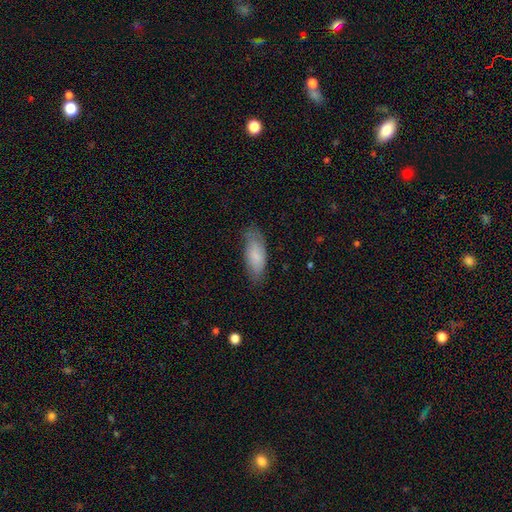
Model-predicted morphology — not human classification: type=smooth (79%); roundness=in between (81%); merging=none (70%).